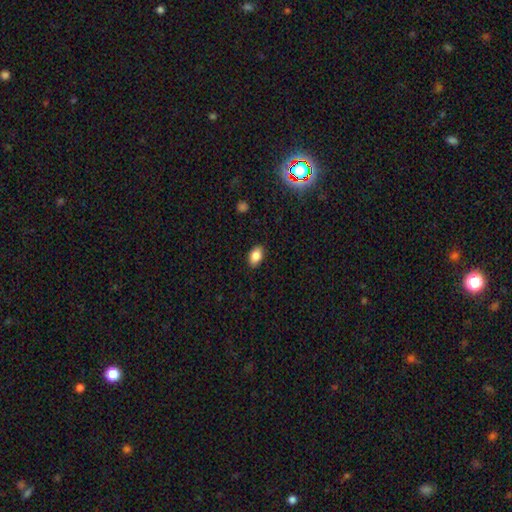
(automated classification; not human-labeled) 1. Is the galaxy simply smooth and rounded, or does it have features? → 86% smooth, 9% star or artifact, 6% featured or disk.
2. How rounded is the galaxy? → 88% in between, 10% round, 2% cigar-shaped.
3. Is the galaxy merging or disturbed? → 87% none, 10% minor disturbance, 2% major disturbance, 1% merger.